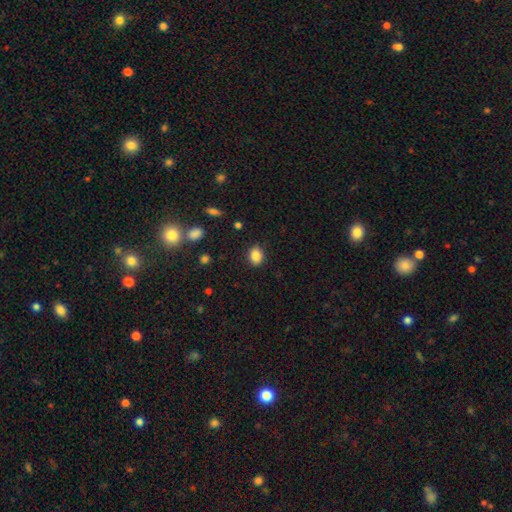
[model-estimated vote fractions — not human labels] Smooth or featured?
  - smooth: 85% *
  - star or artifact: 9%
  - featured or disk: 5%
How rounded?
  - in between: 54% *
  - round: 45%
  - cigar-shaped: 1%
Merging?
  - none: 87% *
  - minor disturbance: 9%
  - major disturbance: 2%
  - merger: 1%